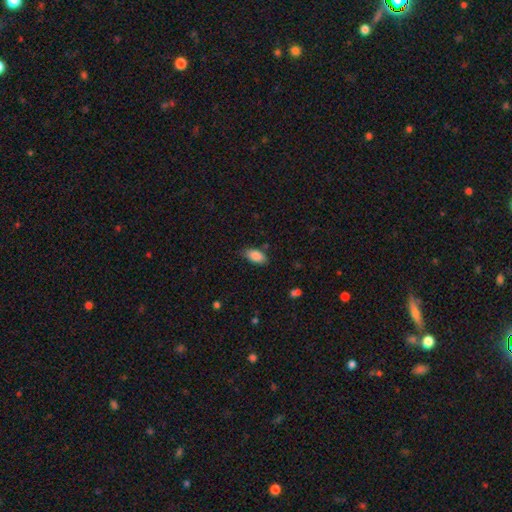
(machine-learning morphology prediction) A smooth galaxy with no disk features (86%) that is in between round and cigar-shaped (92%). Merging: none (79%).